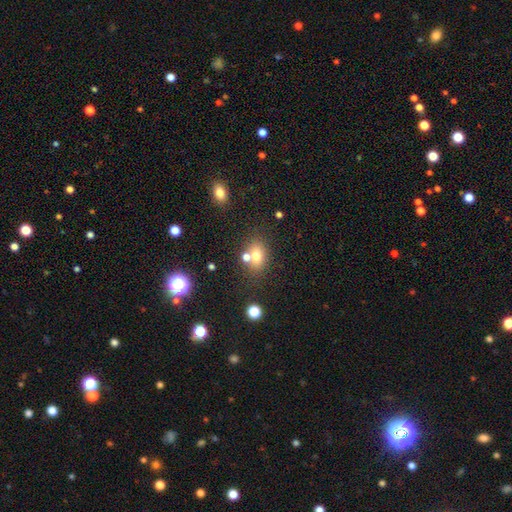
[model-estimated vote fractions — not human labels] smooth 72%, star or artifact 15%, featured or disk 13%. Down the decision tree: how rounded — in between (62%); merging — none (60%).